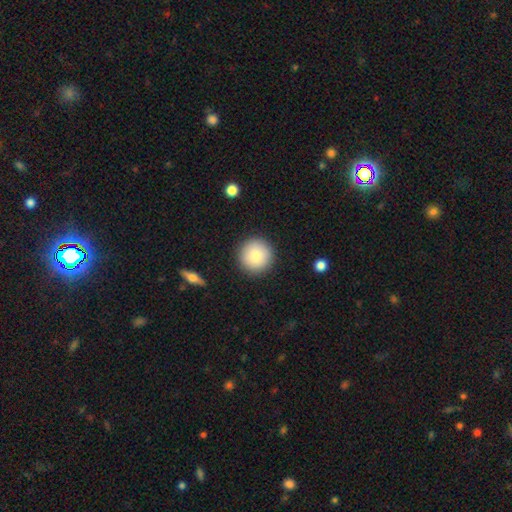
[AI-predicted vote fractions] The model was most divided on "smooth or featured": smooth: 83%, featured or disk: 9%, star or artifact: 8%. More confident: how rounded — round (96%); merging — none (90%).